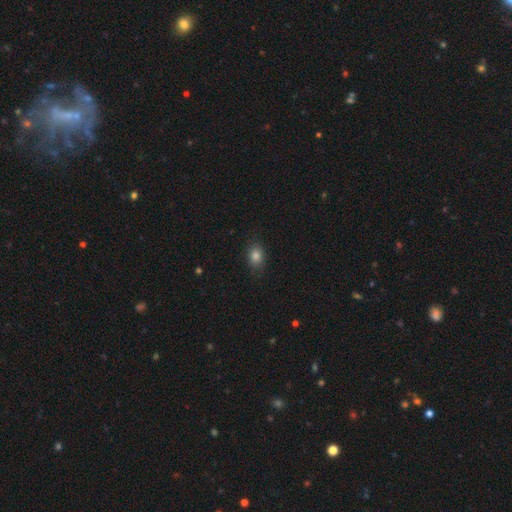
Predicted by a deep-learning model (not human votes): smooth_or_featured: smooth (p=0.83) [alt: star or artifact p=0.11]
how_rounded: in between (p=0.68) [alt: round p=0.31]
merging: none (p=0.84) [alt: minor disturbance p=0.12]